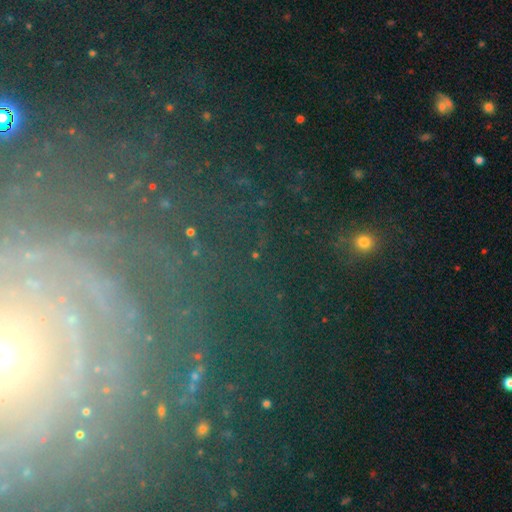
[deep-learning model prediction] star or artifact 41%, featured or disk 38%, smooth 20%.